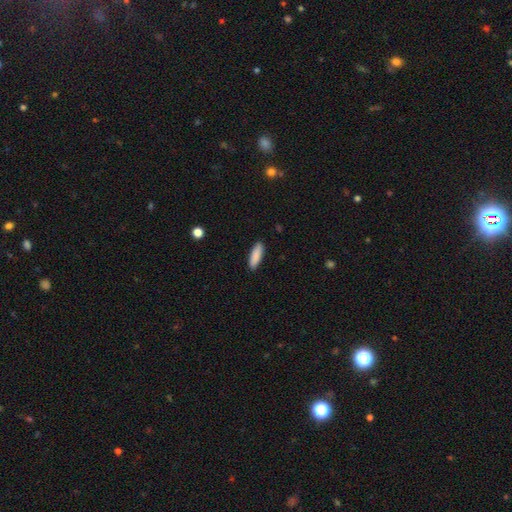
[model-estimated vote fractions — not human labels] A smooth galaxy with no disk features (89%) that is cigar-shaped (53%).

Vote fractions:
- Smooth or featured? smooth: 89% / star or artifact: 6% / featured or disk: 5%
- How rounded? cigar-shaped: 53% / in between: 46% / round: 2%
- Merging? none: 89% / minor disturbance: 8% / major disturbance: 2% / merger: 1%